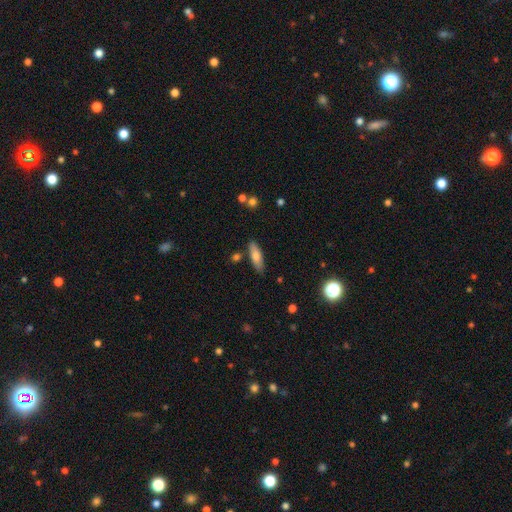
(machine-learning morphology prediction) Smooth or featured?
  - smooth: 71% *
  - featured or disk: 22%
  - star or artifact: 7%
How rounded?
  - cigar-shaped: 49% * (tied)
  - in between: 49% * (tied)
  - round: 2%
Merging?
  - none: 81% *
  - minor disturbance: 12%
  - merger: 4%
  - major disturbance: 3%